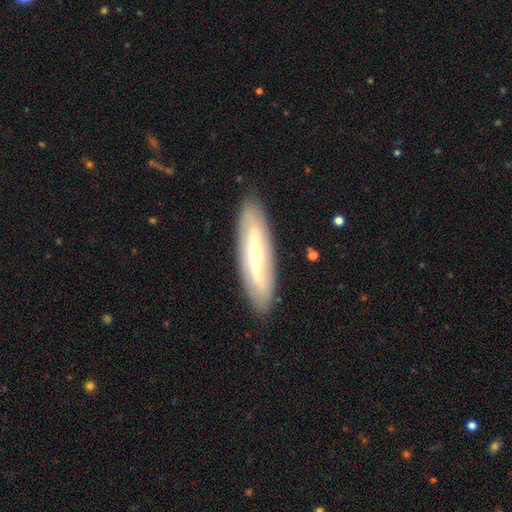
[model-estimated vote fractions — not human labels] smooth_or_featured: featured or disk (p=0.61) [alt: smooth p=0.34]
disk_edge_on: no (p=0.62) [alt: yes p=0.38]
merging: none (p=0.88) [alt: minor disturbance p=0.09]